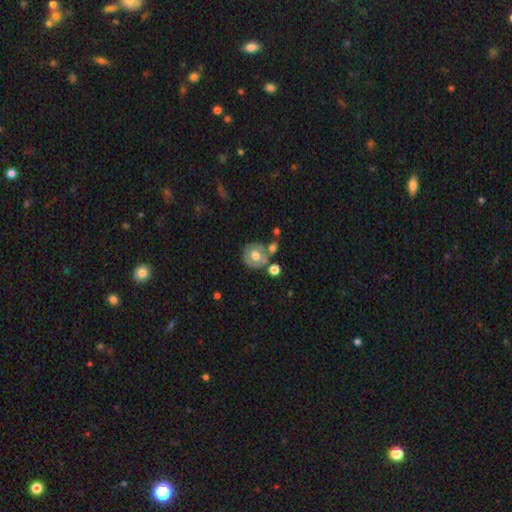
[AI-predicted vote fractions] Smooth or featured?
  - featured or disk: 47% *
  - smooth: 45%
  - star or artifact: 7%
Merging?
  - none: 56% *
  - merger: 20%
  - minor disturbance: 17%
  - major disturbance: 7%